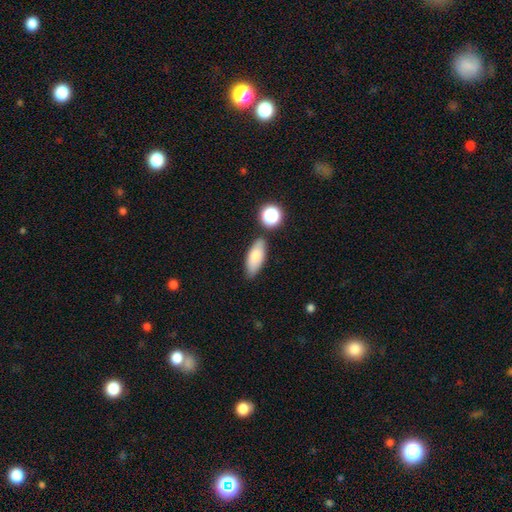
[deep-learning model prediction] Smooth or featured? smooth (77%)
How rounded? in between (80%)
Merging? none (75%)